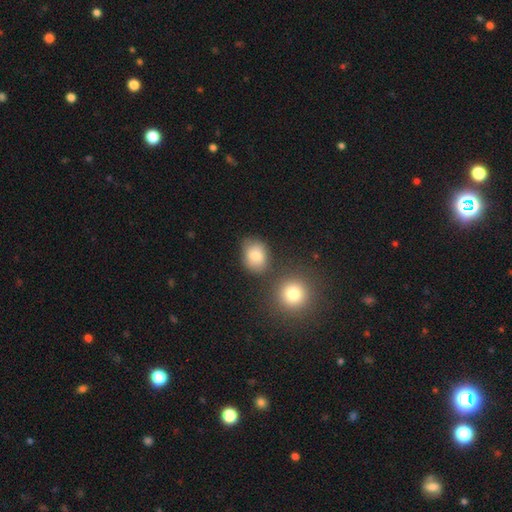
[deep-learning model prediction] Smooth or featured? Predicted: smooth (p=0.79). How rounded? Predicted: in between (p=0.55). Merging? Predicted: none (p=0.65).